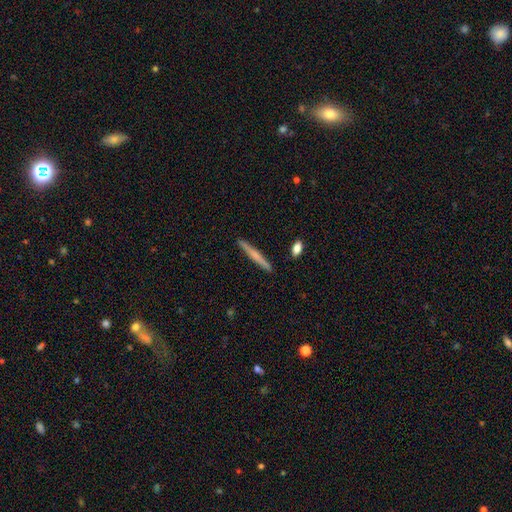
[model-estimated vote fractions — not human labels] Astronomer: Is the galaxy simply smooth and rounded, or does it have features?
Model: smooth — 53% (runner-up: featured or disk, 41%).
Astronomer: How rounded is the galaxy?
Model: cigar-shaped — 96%.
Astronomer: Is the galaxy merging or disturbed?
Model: none — 90%.